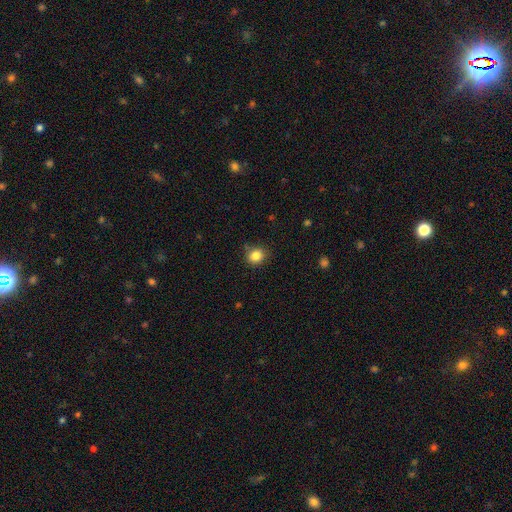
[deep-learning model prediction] This appears to be a smooth galaxy with no disk features (84%) that is round (78%). Merging: none (79%).